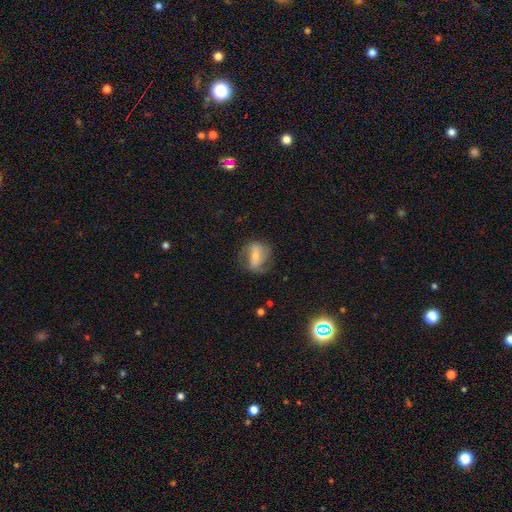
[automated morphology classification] smooth_or_featured: featured or disk (p=0.54) [alt: smooth p=0.38]
disk_edge_on: no (p=0.93) [alt: yes p=0.07]
bar: strong (p=0.41) [alt: weak p=0.33]
has_spiral_arms: yes (p=0.74) [alt: no p=0.26]
bulge_size: small (p=0.50) [alt: moderate p=0.39]
merging: none (p=0.61) [alt: minor disturbance p=0.22]